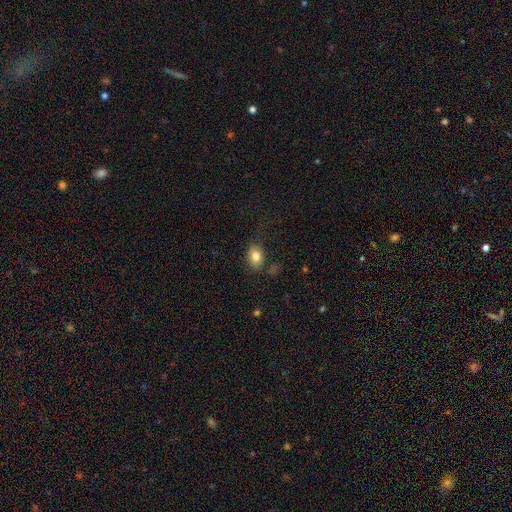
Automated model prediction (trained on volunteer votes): This appears to be a smooth galaxy with no disk features (81%) that is in between round and cigar-shaped (70%). Merging: none (73%).